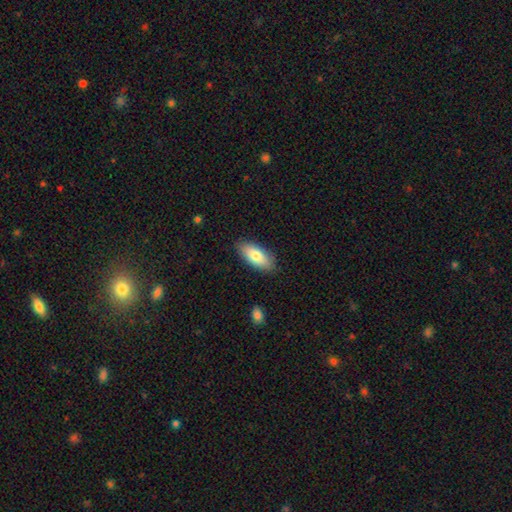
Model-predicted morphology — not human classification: A smooth galaxy with no disk features (80%) that is in between round and cigar-shaped (86%).

Vote fractions:
- Smooth or featured? smooth: 80% / featured or disk: 14% / star or artifact: 6%
- How rounded? in between: 86% / cigar-shaped: 12% / round: 2%
- Merging? none: 86% / minor disturbance: 10% / major disturbance: 2% / merger: 1%